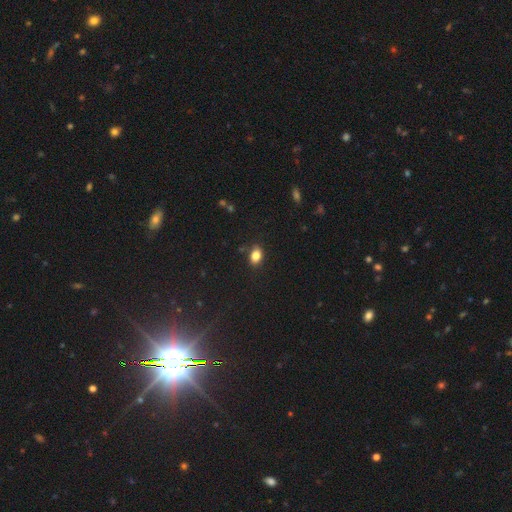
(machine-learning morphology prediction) The model was most divided on "how rounded": in between: 79%, round: 19%, cigar-shaped: 2%. More confident: merging — none (84%); smooth or featured — smooth (83%).